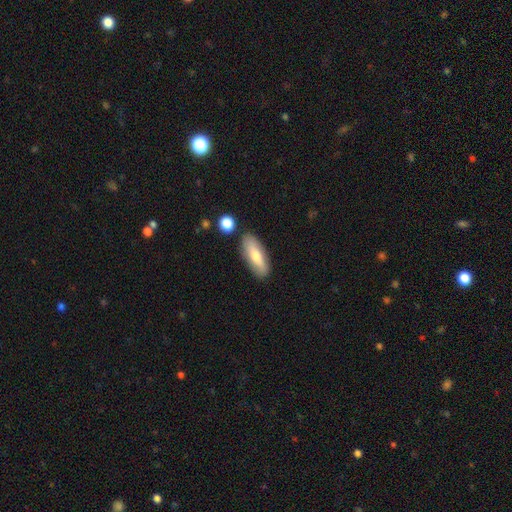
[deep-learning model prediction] Q: Smooth or featured?
A: smooth (64%); runner-up: featured or disk (29%)
Q: How rounded?
A: in between (61%); runner-up: cigar-shaped (36%)
Q: Merging?
A: none (84%); runner-up: minor disturbance (10%)